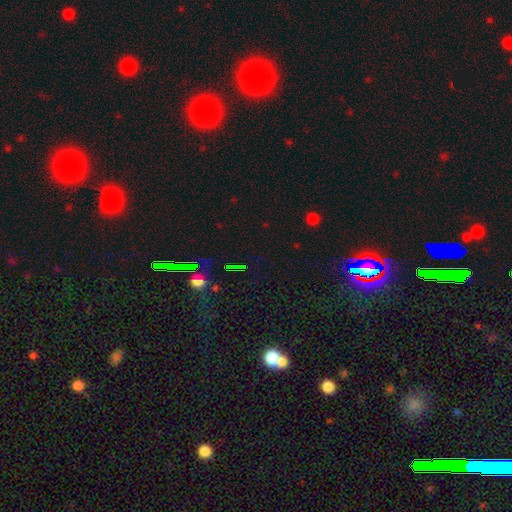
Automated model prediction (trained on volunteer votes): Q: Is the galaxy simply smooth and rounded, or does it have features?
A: star or artifact — 73%.